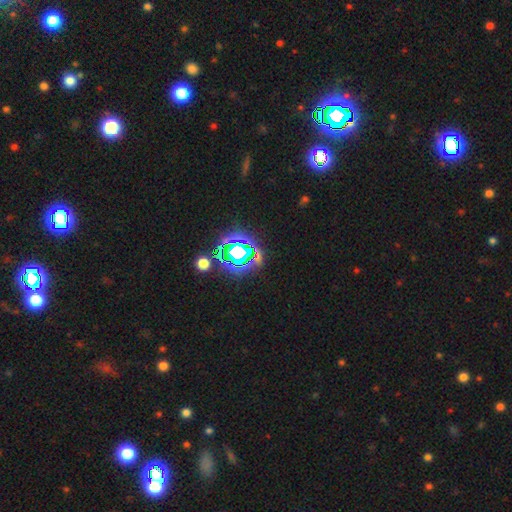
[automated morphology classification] Smooth or featured: star or artifact — 70% (smooth — 18%)